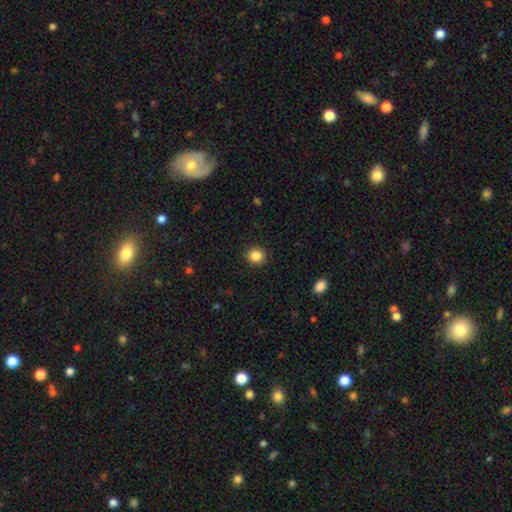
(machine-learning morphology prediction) This is clearly a smooth galaxy (86%). How rounded: clearly round (86%). Merging: clearly none (91%).